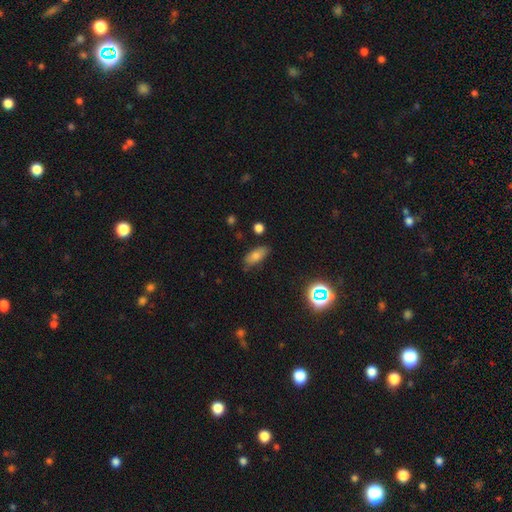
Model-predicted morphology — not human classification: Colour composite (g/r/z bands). It shows a smooth galaxy with no disk features (73%) that is in between round and cigar-shaped (86%). Merging: none (76%).